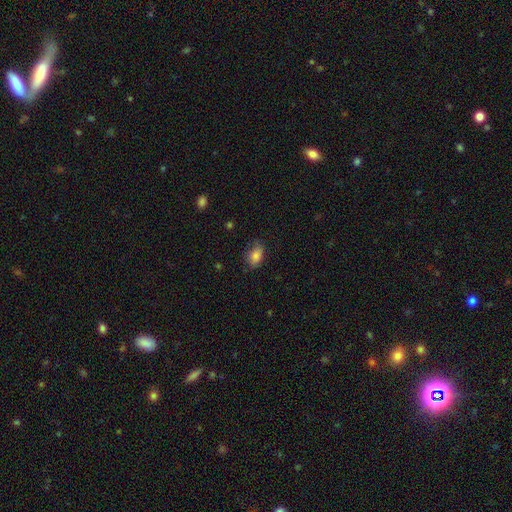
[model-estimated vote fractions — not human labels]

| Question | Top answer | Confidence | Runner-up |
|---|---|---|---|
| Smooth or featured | smooth | 82% | featured or disk (9%) |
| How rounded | in between | 82% | round (16%) |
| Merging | none | 69% | minor disturbance (24%) |